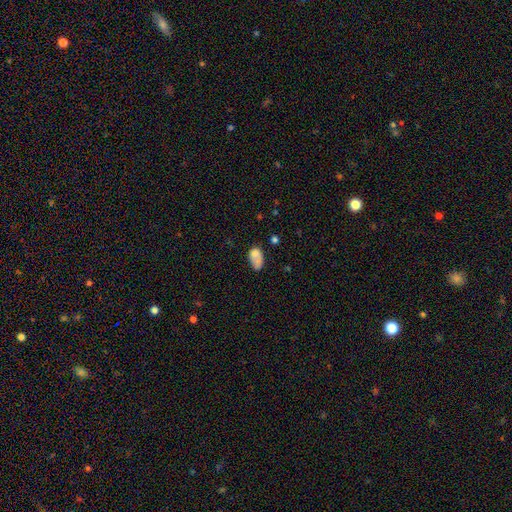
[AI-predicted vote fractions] Overall: smooth (68%). How rounded: in between (87%). Merging: none (34%; minor disturbance 26%).